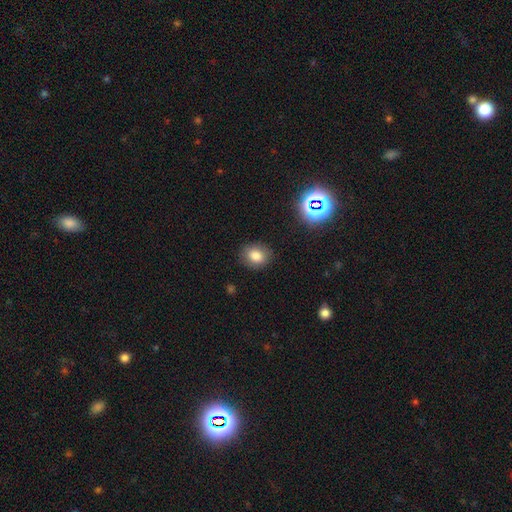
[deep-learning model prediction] smooth 81%, star or artifact 12%, featured or disk 7%. Down the decision tree: how rounded — round (52%); merging — none (85%).